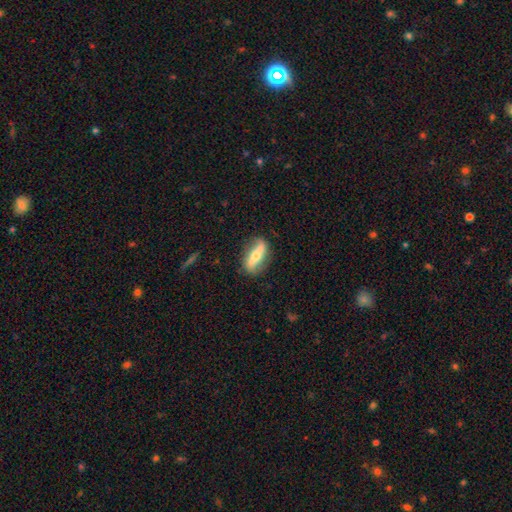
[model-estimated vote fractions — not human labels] A featured or disk galaxy (60%).

Vote fractions:
- Smooth or featured? featured or disk: 60% / smooth: 34% / star or artifact: 6%
- Edge-on disk? no: 62% / yes: 38%
- Merging? none: 81% / minor disturbance: 14% / major disturbance: 4% / merger: 2%